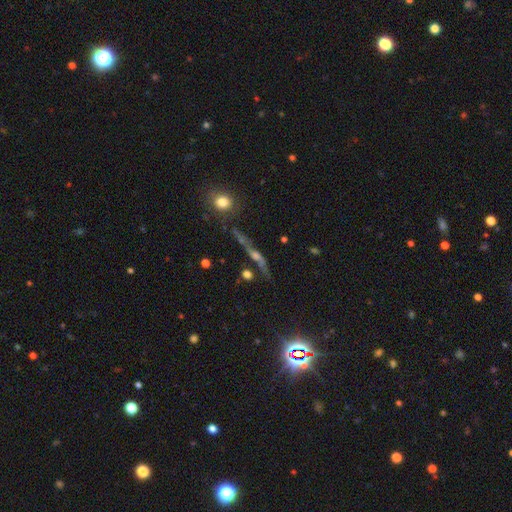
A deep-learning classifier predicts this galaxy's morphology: Smooth or featured?
  - featured or disk: 61% *
  - smooth: 23%
  - star or artifact: 16%
Edge-on disk?
  - yes: 66% *
  - no: 34%
Merging?
  - none: 56% *
  - minor disturbance: 17%
  - major disturbance: 14%
  - merger: 13%